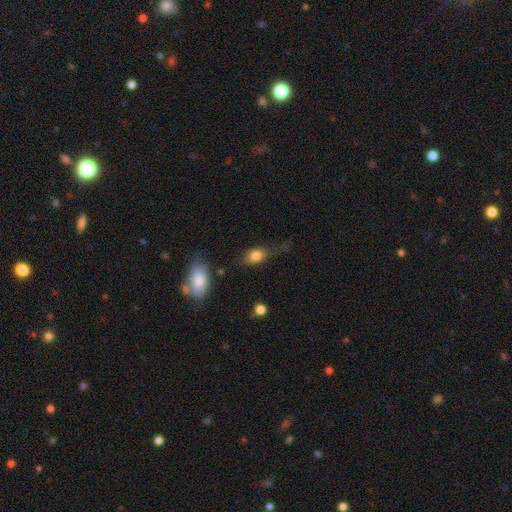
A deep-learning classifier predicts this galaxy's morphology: The model was most divided on "merging": none: 40%, major disturbance: 27%, minor disturbance: 27%, merger: 6%. More confident: smooth or featured — smooth (77%); how rounded — in between (77%).